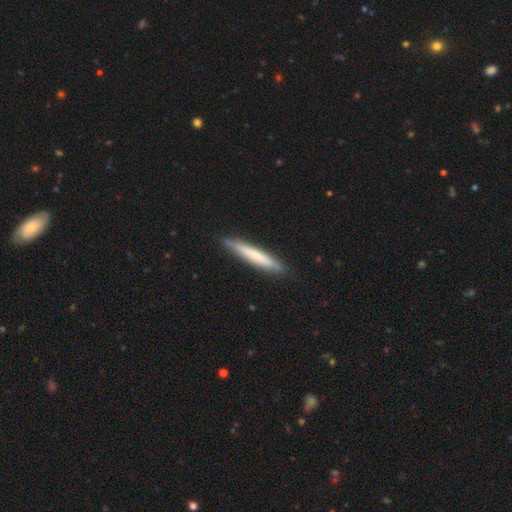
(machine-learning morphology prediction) A smooth galaxy with no disk features (58%) that is cigar-shaped (95%). Merging: none (88%).